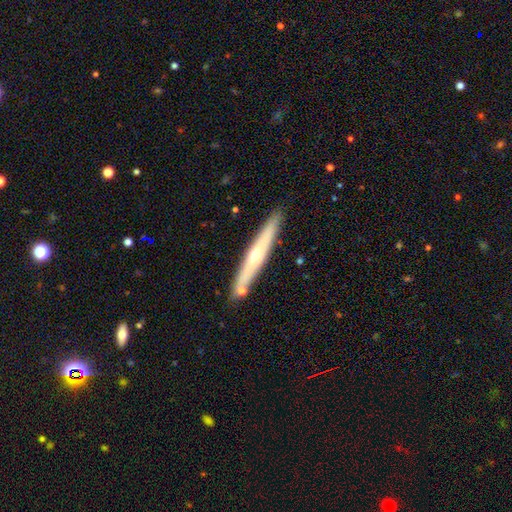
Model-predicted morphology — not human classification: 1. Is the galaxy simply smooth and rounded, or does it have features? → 56% featured or disk, 38% smooth, 5% star or artifact.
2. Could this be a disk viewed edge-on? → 92% yes, 8% no.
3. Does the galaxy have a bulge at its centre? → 79% rounded, 19% none, 2% boxy.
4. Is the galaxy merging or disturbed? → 85% none, 9% minor disturbance, 4% merger, 2% major disturbance.